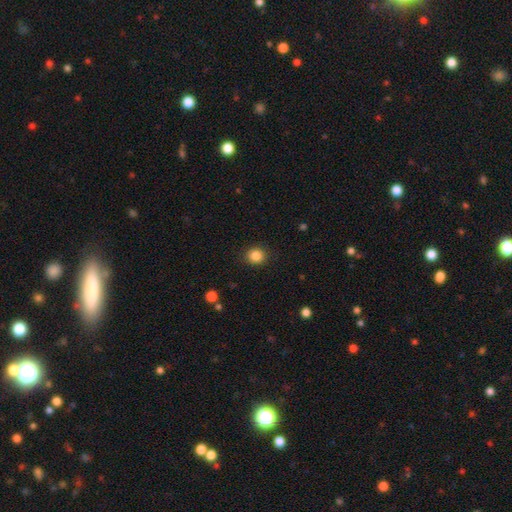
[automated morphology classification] smooth 85%, star or artifact 10%, featured or disk 4%. Down the decision tree: how rounded — round (80%); merging — none (88%).